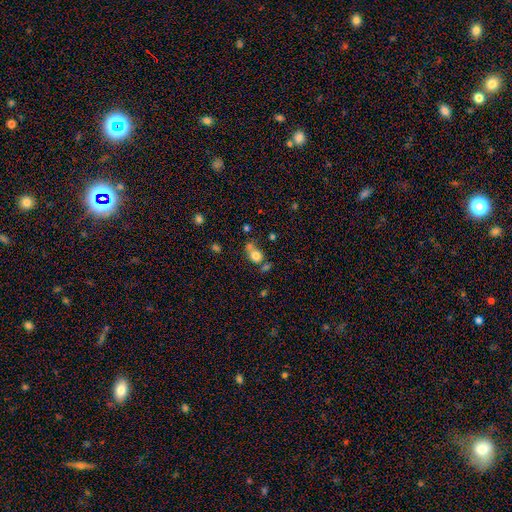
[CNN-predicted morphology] Smooth or featured? Predicted: smooth (p=0.76). How rounded? Predicted: round (p=0.68). Merging? Predicted: none (p=0.42).